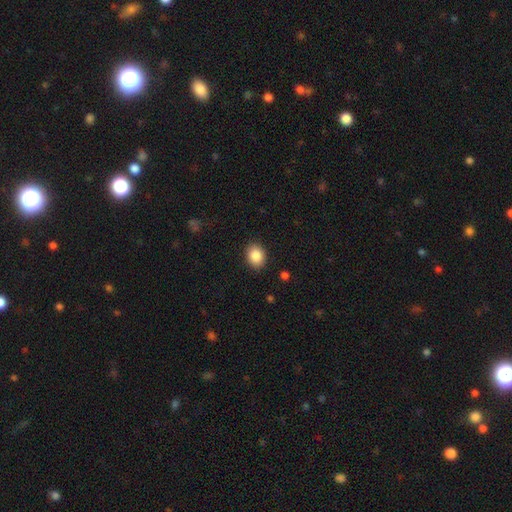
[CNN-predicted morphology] smooth_or_featured: smooth (p=0.87) [alt: star or artifact p=0.08]
how_rounded: in between (p=0.56) [alt: round p=0.44]
merging: none (p=0.89) [alt: minor disturbance p=0.08]